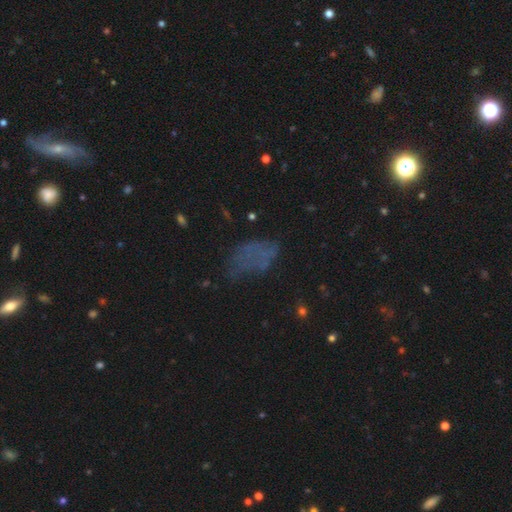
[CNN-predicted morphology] smooth 47%, star or artifact 27%, featured or disk 26%. Down the decision tree: merging — none (44%).